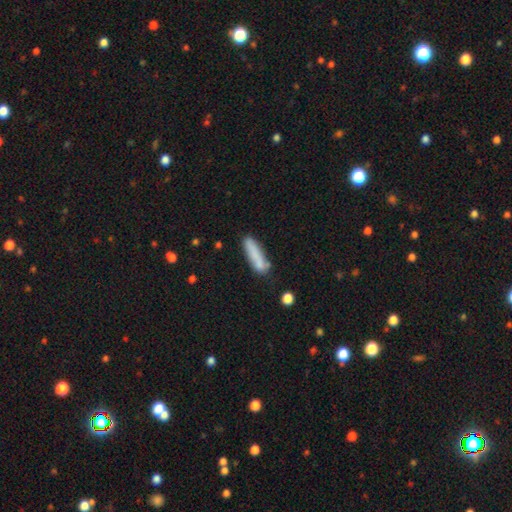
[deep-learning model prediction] Smooth or featured? Predicted: smooth (p=0.79). How rounded? Predicted: cigar-shaped (p=0.74). Merging? Predicted: none (p=0.65).